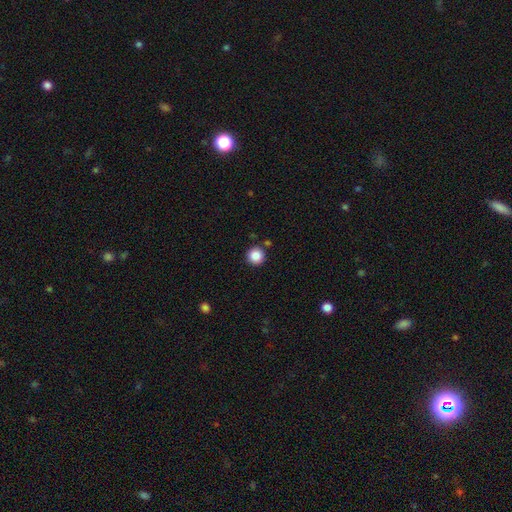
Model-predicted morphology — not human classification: Q: Smooth or featured?
A: smooth (87%); runner-up: star or artifact (10%)
Q: How rounded?
A: round (96%); runner-up: in between (3%)
Q: Merging?
A: none (89%); runner-up: minor disturbance (6%)